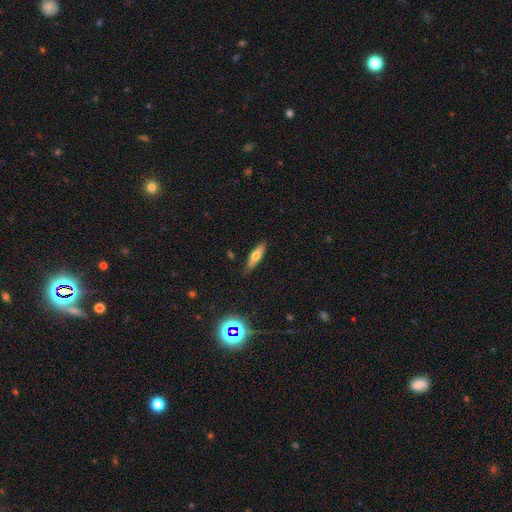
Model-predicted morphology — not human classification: A smooth galaxy with no disk features (59%) that is cigar-shaped (61%).

Vote fractions:
- Smooth or featured? smooth: 59% / featured or disk: 33% / star or artifact: 8%
- How rounded? cigar-shaped: 61% / in between: 36% / round: 2%
- Merging? none: 84% / minor disturbance: 12% / major disturbance: 2% / merger: 1%